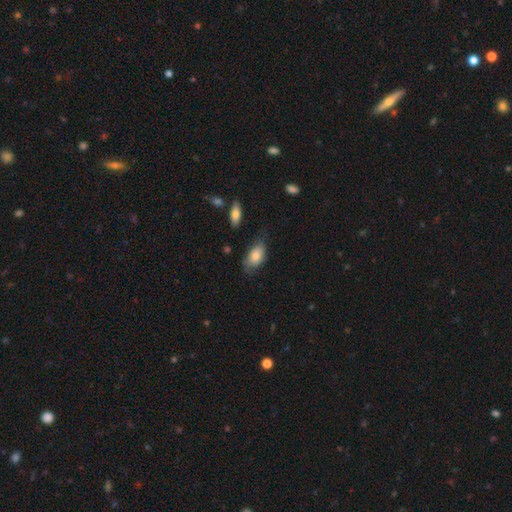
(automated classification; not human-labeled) Smooth or featured: smooth — 77% (featured or disk — 16%)
How rounded: in between — 91% (round — 6%)
Merging: none — 59% (minor disturbance — 30%)